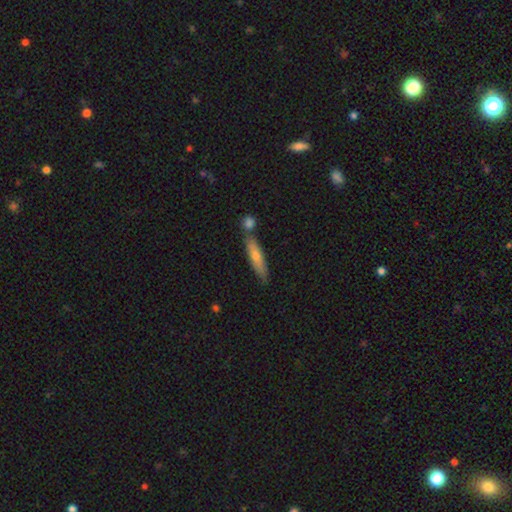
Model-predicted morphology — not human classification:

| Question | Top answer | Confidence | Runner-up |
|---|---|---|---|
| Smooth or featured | smooth | 58% | featured or disk (35%) |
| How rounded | cigar-shaped | 84% | in between (14%) |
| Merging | none | 68% | merger (16%) |